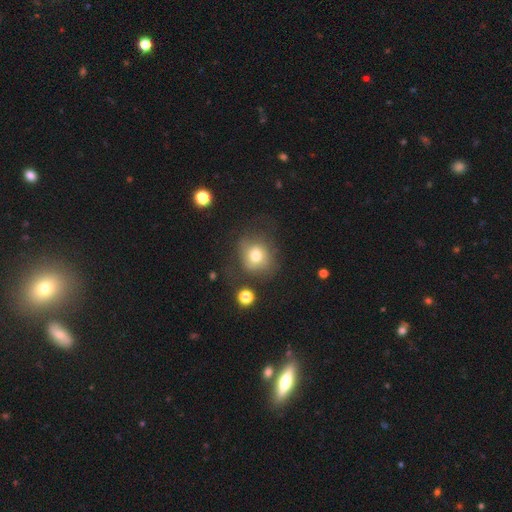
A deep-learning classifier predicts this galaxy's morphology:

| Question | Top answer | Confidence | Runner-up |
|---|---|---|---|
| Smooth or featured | smooth | 68% | featured or disk (20%) |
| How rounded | round | 71% | in between (28%) |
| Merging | none | 55% | minor disturbance (23%) |